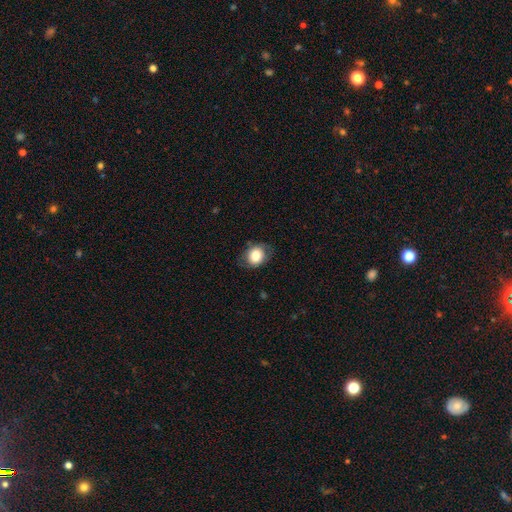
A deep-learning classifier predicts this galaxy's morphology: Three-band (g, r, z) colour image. It shows a smooth galaxy with no disk features (79%) that is in between round and cigar-shaped (50%). Merging: none (74%).